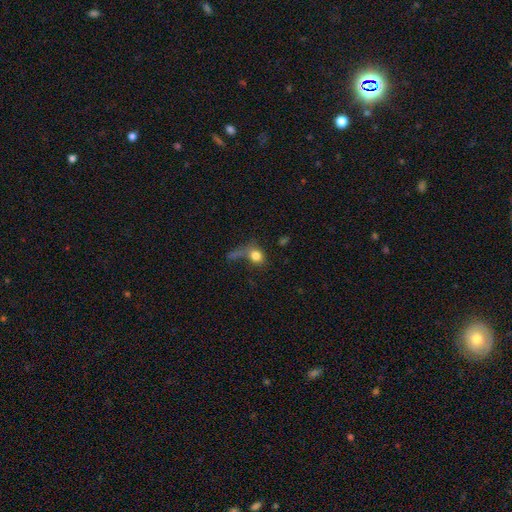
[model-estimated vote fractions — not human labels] smooth 78%, featured or disk 11%, star or artifact 11%. Down the decision tree: how rounded — round (57%); merging — none (38%).